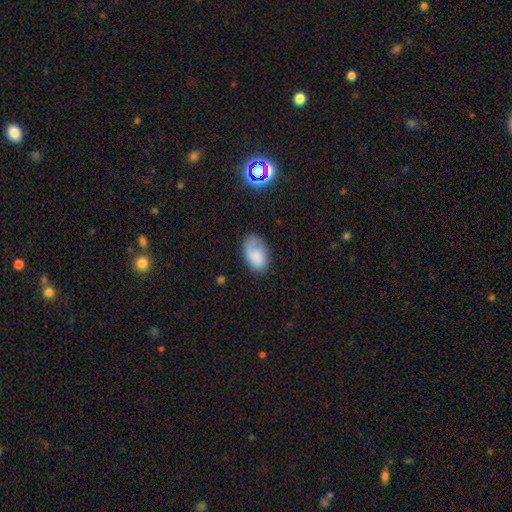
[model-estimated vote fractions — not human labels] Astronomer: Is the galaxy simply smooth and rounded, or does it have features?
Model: smooth — 76%.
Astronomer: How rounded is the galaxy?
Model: in between — 91%.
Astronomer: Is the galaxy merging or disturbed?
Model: none — 64%.